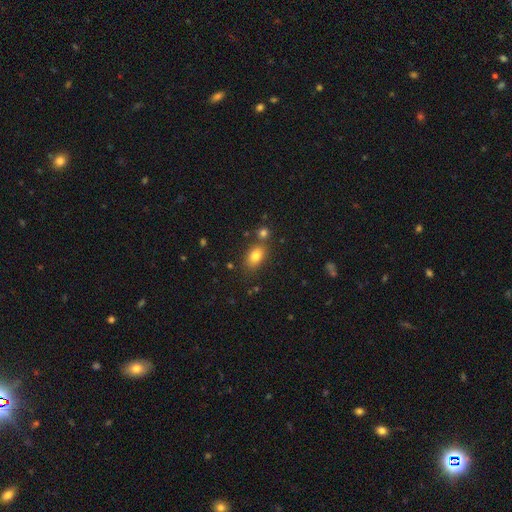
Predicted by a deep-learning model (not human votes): Overall: smooth (80%). How rounded: in between (82%). Merging: none (70%).